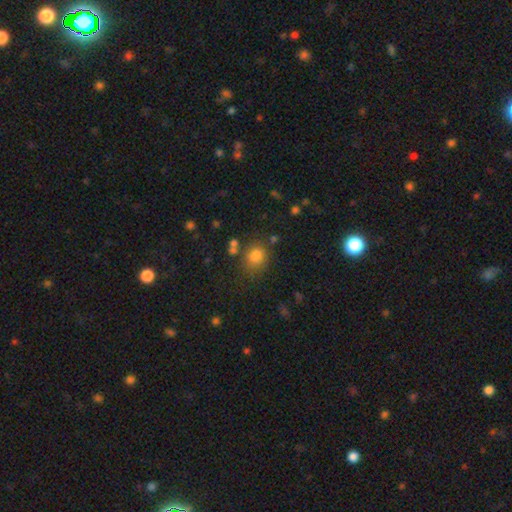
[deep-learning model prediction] smooth 80%, star or artifact 13%, featured or disk 7%. Down the decision tree: how rounded — round (74%); merging — none (73%).